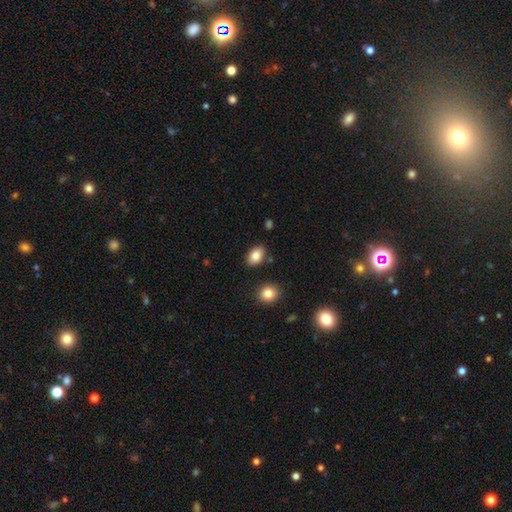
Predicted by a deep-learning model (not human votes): This is clearly a smooth galaxy (85%). How rounded: clearly in between (82%). Merging: clearly none (83%).